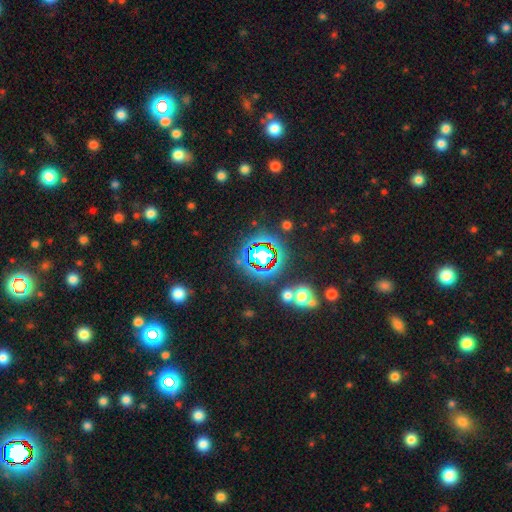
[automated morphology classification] Smooth or featured? Predicted: star or artifact (p=0.76).